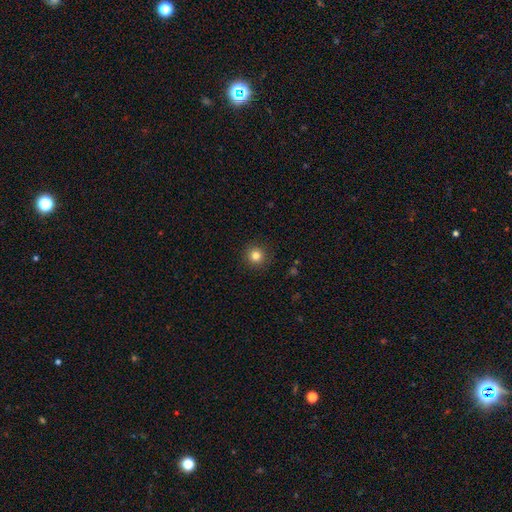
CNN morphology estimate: smooth-or-featured: smooth: 82% | star or artifact: 12% | featured or disk: 6%
  how-rounded: round: 95% | in between: 4% | cigar-shaped: 1%
  merging: none: 91% | minor disturbance: 6% | major disturbance: 2% | merger: 1%